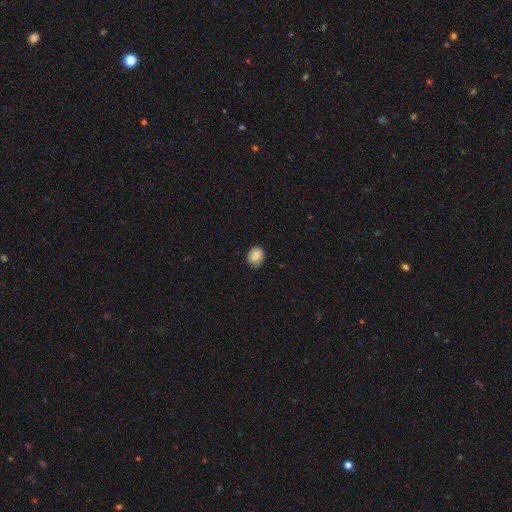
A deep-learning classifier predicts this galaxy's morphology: Smooth or featured: smooth — 84% (star or artifact — 8%)
How rounded: round — 68% (in between — 31%)
Merging: none — 86% (minor disturbance — 11%)